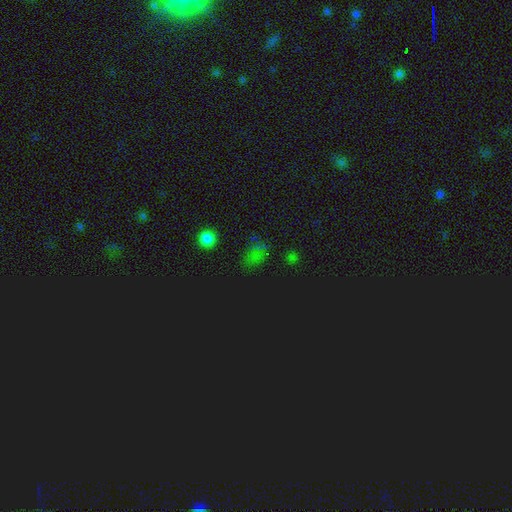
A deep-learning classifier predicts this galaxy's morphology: smooth_or_featured: star or artifact (p=0.55) [alt: smooth p=0.38]